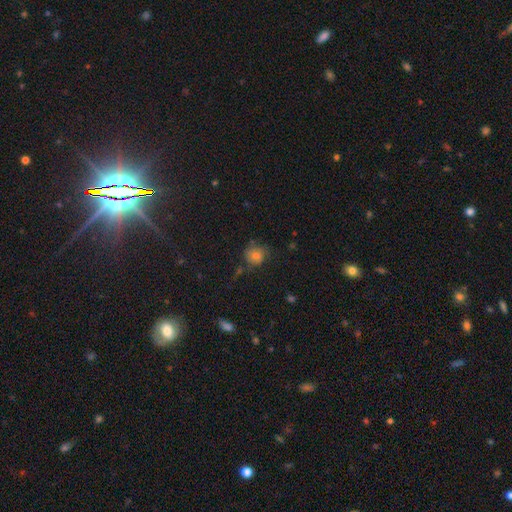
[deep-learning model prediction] Smooth or featured?
  - smooth: 68% *
  - featured or disk: 18%
  - star or artifact: 14%
How rounded?
  - round: 83% *
  - in between: 16%
  - cigar-shaped: 1%
Merging?
  - none: 65% *
  - minor disturbance: 23%
  - major disturbance: 8%
  - merger: 4%